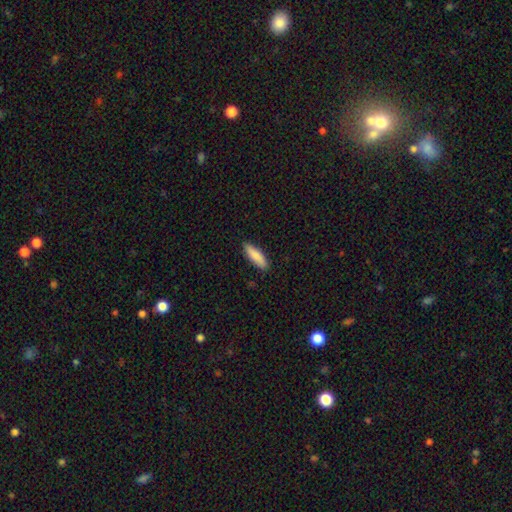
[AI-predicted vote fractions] Q: Smooth or featured?
A: smooth (85%); runner-up: featured or disk (9%)
Q: How rounded?
A: cigar-shaped (56%); runner-up: in between (42%)
Q: Merging?
A: none (87%); runner-up: minor disturbance (10%)